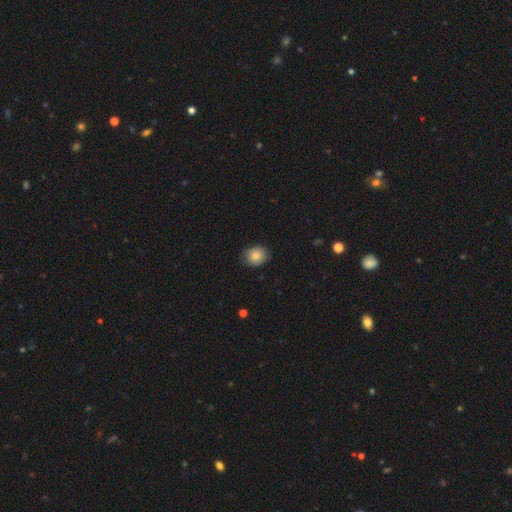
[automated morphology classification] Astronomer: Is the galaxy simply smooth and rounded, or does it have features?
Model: smooth — 85%.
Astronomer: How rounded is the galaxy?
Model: round — 62%.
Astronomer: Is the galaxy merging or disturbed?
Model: none — 79%.